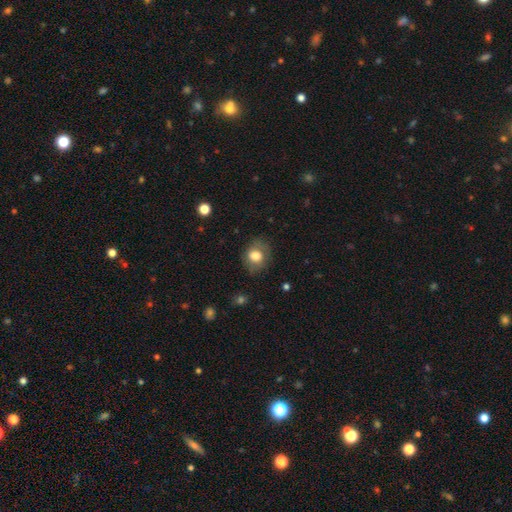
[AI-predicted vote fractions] Smooth or featured: smooth — 75% (featured or disk — 16%)
How rounded: round — 59% (in between — 40%)
Merging: none — 73% (minor disturbance — 18%)